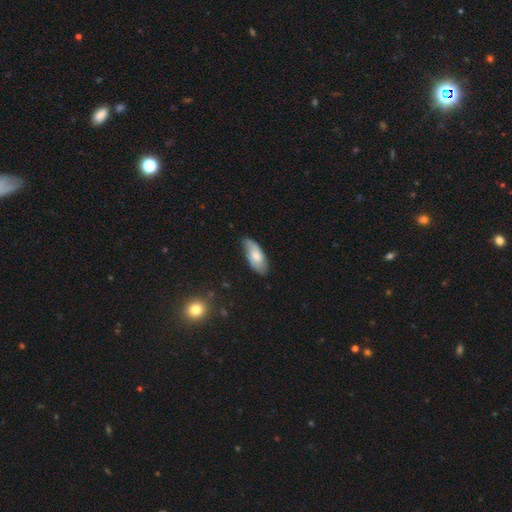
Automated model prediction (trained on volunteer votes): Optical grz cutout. It shows a smooth galaxy with no disk features (62%) that is in between round and cigar-shaped (84%). Merging: none (69%).